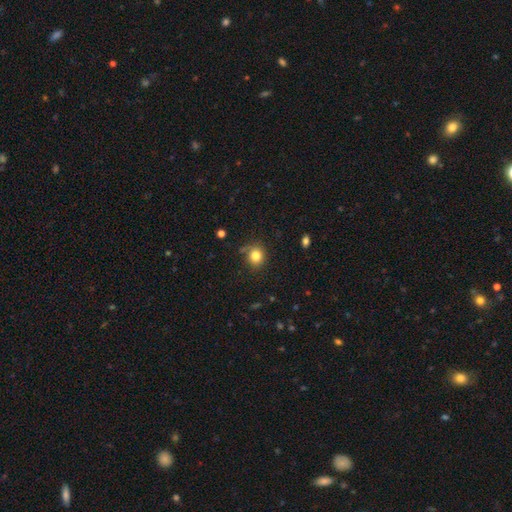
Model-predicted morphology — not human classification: A smooth galaxy with no disk features (81%) that is round (80%).

Vote fractions:
- Smooth or featured? smooth: 81% / star or artifact: 12% / featured or disk: 7%
- How rounded? round: 80% / in between: 19% / cigar-shaped: 1%
- Merging? none: 72% / minor disturbance: 17% / major disturbance: 6% / merger: 4%